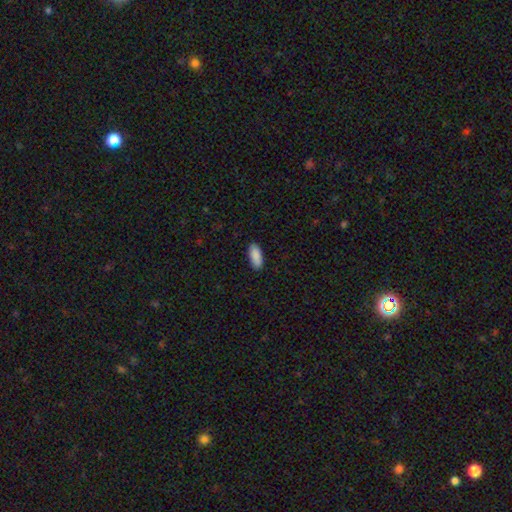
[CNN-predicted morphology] type=smooth (91%); roundness=in between (87%); merging=none (89%).